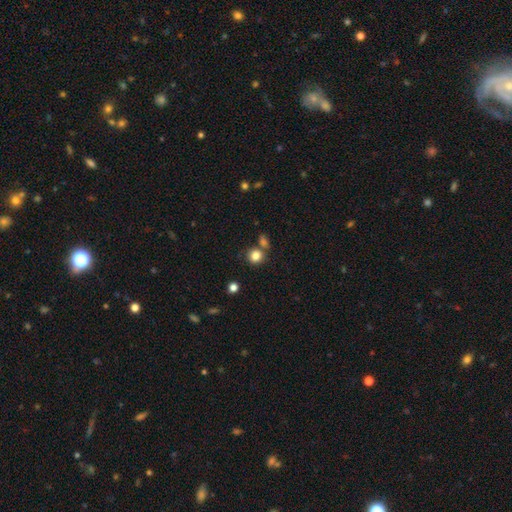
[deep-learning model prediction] smooth 83%, star or artifact 11%, featured or disk 6%. Down the decision tree: how rounded — round (84%); merging — none (66%).